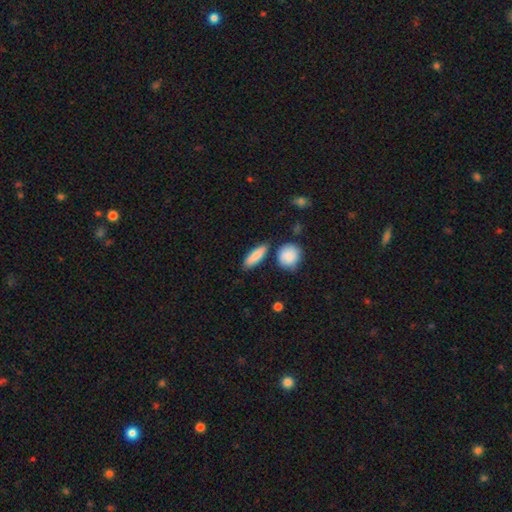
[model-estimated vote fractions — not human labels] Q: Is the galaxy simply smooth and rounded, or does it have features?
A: smooth — 85%.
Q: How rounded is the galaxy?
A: in between — 48%, tied with cigar-shaped.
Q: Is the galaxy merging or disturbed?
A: none — 79%.